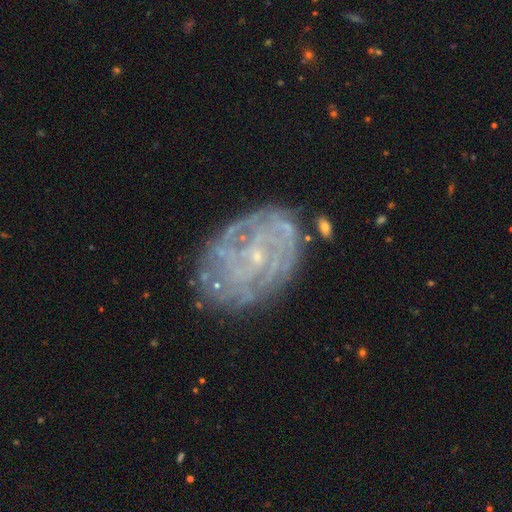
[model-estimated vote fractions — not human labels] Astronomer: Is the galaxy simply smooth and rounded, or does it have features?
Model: featured or disk — 77%.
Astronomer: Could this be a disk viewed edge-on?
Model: no — 97%.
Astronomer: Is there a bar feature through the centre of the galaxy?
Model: no — 73%.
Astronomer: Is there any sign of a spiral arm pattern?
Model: yes — 78%.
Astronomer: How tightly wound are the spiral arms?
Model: tight — 69%.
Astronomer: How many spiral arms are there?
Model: can't tell — 51%.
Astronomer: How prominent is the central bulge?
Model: small — 81%.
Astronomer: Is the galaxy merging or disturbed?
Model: none — 74%.